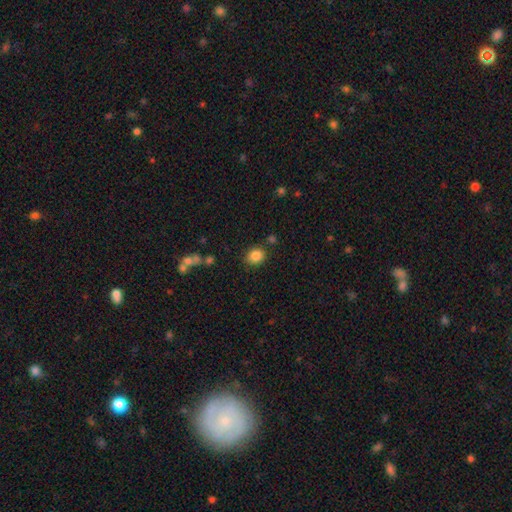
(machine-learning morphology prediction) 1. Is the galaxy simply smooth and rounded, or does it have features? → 85% smooth, 10% star or artifact, 6% featured or disk.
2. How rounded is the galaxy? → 70% round, 29% in between, 1% cigar-shaped.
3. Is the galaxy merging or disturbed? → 81% none, 11% minor disturbance, 5% merger, 3% major disturbance.